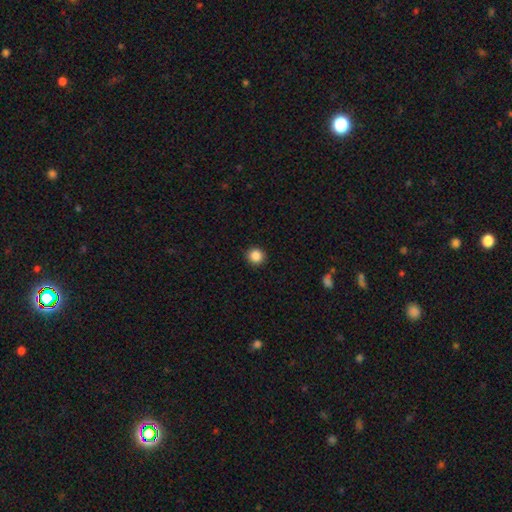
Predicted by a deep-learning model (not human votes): A smooth galaxy with no disk features (87%) that is round (94%). Merging: none (93%).